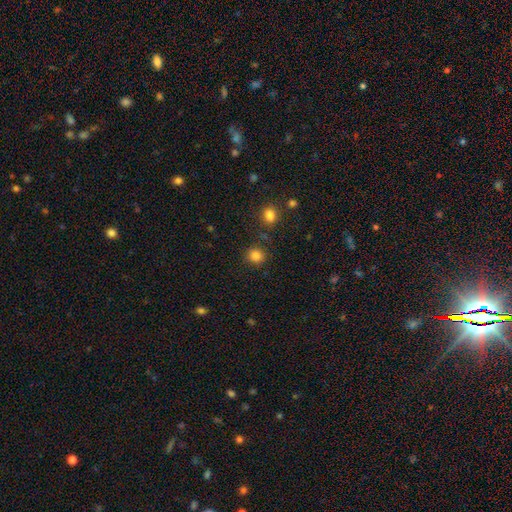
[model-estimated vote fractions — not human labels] Smooth or featured?
  - smooth: 84% *
  - star or artifact: 13%
  - featured or disk: 4%
How rounded?
  - round: 90% *
  - in between: 9%
  - cigar-shaped: 1%
Merging?
  - none: 86% *
  - minor disturbance: 7%
  - merger: 4%
  - major disturbance: 3%